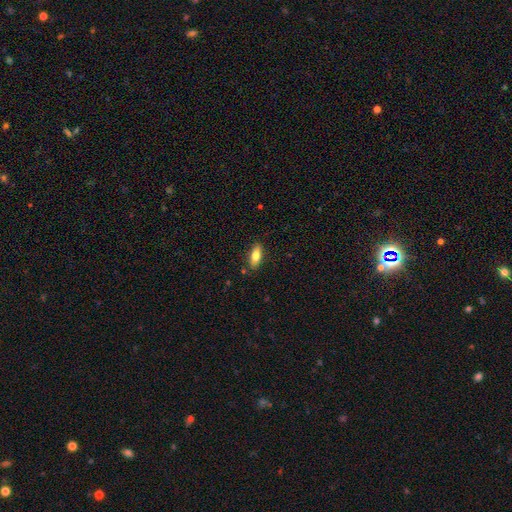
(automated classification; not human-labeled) smooth 77%, featured or disk 16%, star or artifact 7%. Down the decision tree: how rounded — in between (78%); merging — none (85%).